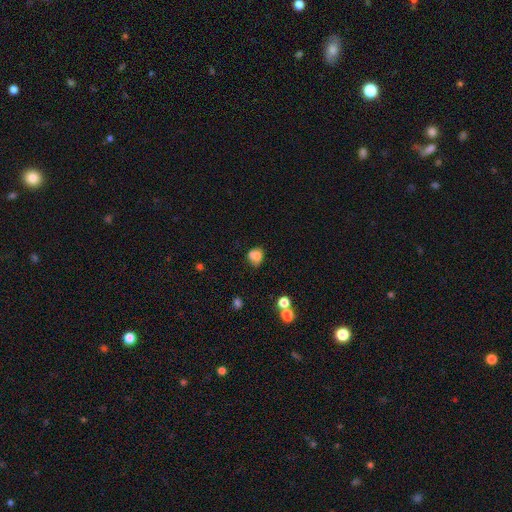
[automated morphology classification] Q: Smooth or featured?
A: smooth (74%); runner-up: featured or disk (14%)
Q: How rounded?
A: round (62%); runner-up: in between (37%)
Q: Merging?
A: none (40%); runner-up: merger (34%)